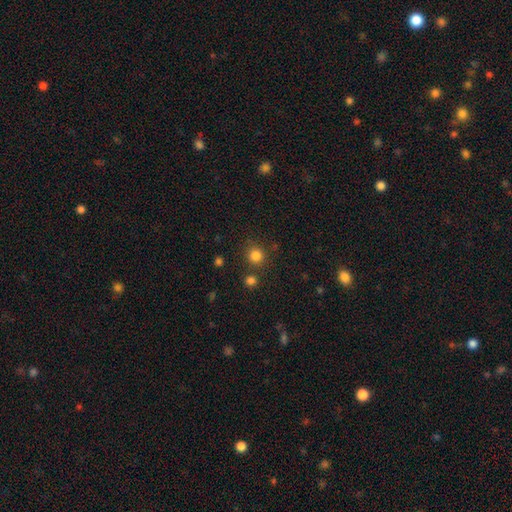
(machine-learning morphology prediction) A smooth galaxy with no disk features (82%) that is round (92%). Merging: none (81%).